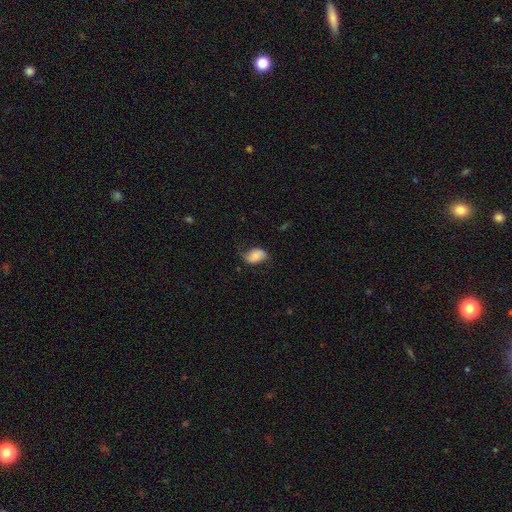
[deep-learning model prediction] Smooth or featured? Predicted: smooth (p=0.66). How rounded? Predicted: in between (p=0.87). Merging? Predicted: none (p=0.61).